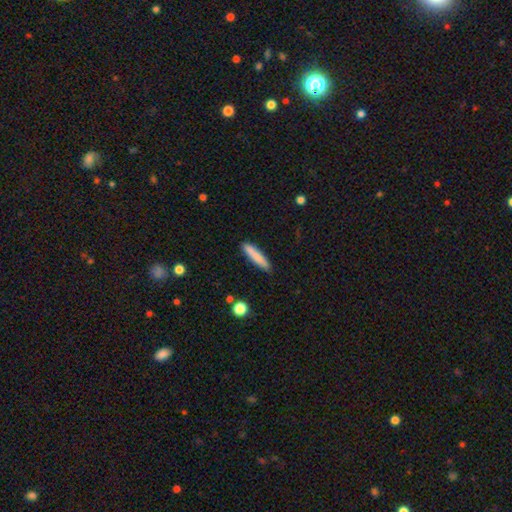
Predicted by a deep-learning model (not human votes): This is clearly a smooth galaxy (82%). How rounded: clearly cigar-shaped (89%). Merging: clearly none (87%).